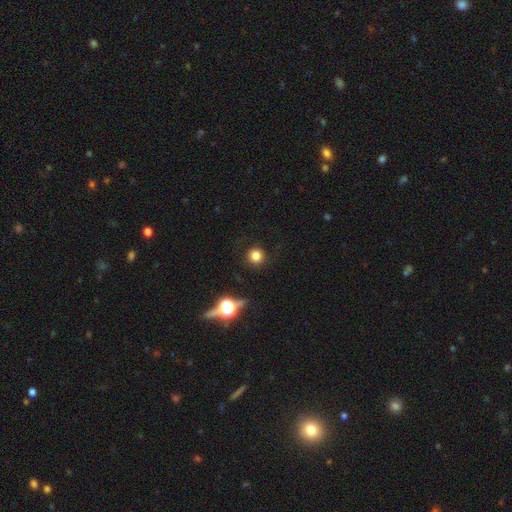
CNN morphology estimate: Overall: smooth (78%). How rounded: round (94%). Merging: none (89%).